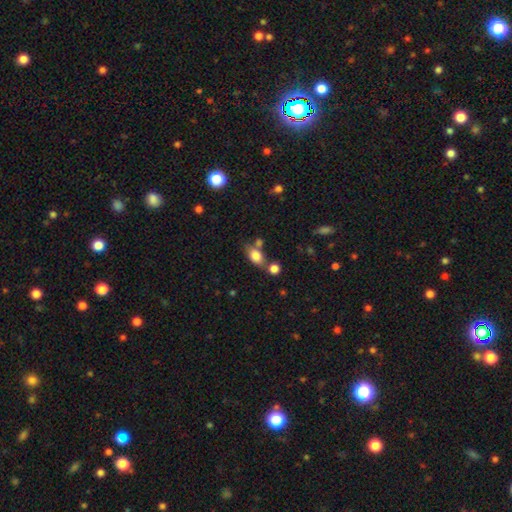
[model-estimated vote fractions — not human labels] Smooth or featured? Predicted: smooth (p=0.80). How rounded? Predicted: in between (p=0.81). Merging? Predicted: none (p=0.54).